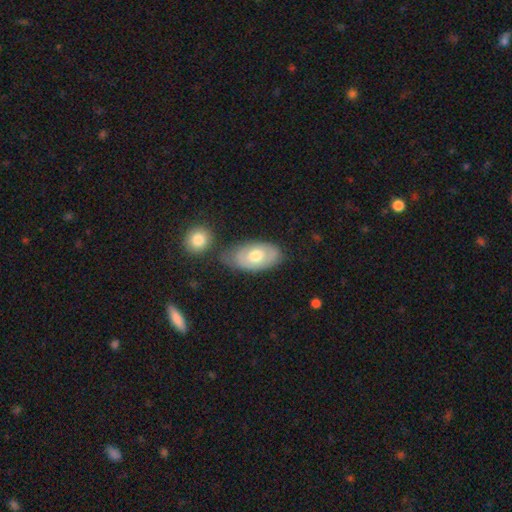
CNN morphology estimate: smooth-or-featured: smooth: 54% | featured or disk: 41% | star or artifact: 5%
  how-rounded: in between: 91% | round: 7% | cigar-shaped: 2%
  merging: none: 59% | minor disturbance: 21% | merger: 14% | major disturbance: 6%